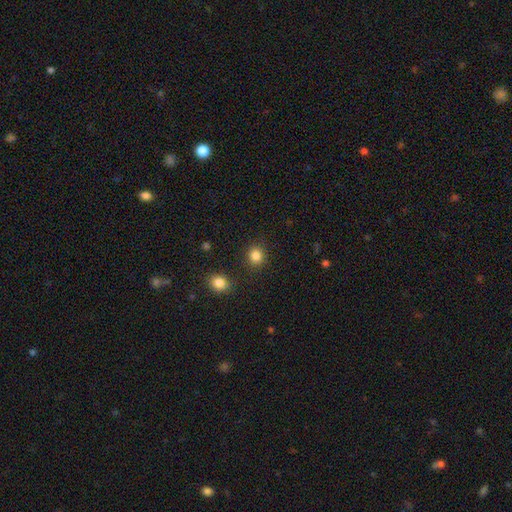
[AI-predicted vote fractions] Smooth or featured: smooth — 85% (star or artifact — 11%)
How rounded: round — 82% (in between — 17%)
Merging: none — 88% (minor disturbance — 7%)